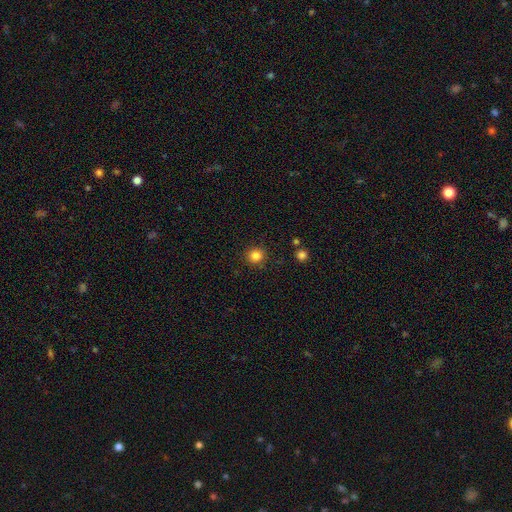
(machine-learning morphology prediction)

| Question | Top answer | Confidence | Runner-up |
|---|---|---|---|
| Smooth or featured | smooth | 83% | star or artifact (12%) |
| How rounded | round | 92% | in between (7%) |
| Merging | none | 90% | minor disturbance (6%) |